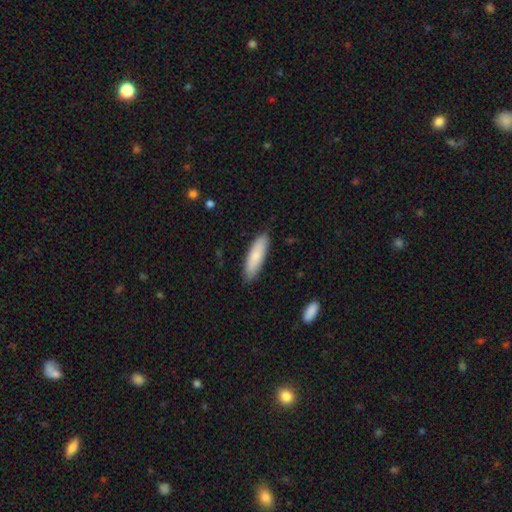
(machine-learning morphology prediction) Smooth or featured? smooth (82%)
How rounded? cigar-shaped (56%)
Merging? none (87%)